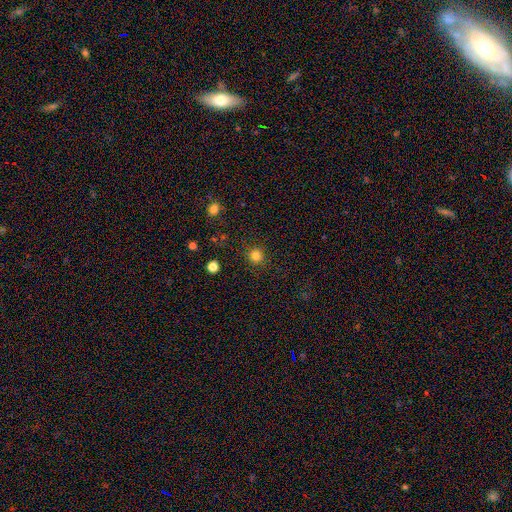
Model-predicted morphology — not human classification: A smooth galaxy with no disk features (81%) that is round (95%).

Vote fractions:
- Smooth or featured? smooth: 81% / star or artifact: 14% / featured or disk: 5%
- How rounded? round: 95% / in between: 5% / cigar-shaped: 1%
- Merging? none: 90% / minor disturbance: 6% / major disturbance: 3% / merger: 1%